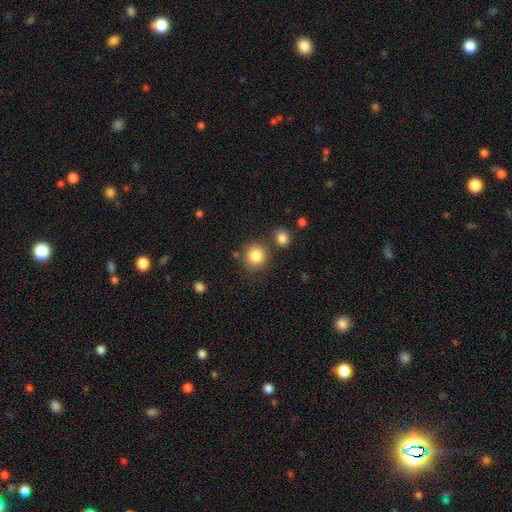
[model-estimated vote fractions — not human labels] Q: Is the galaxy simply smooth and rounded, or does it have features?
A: smooth — 83%.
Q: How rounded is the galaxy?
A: round — 90%.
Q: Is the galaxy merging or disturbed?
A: none — 77%.